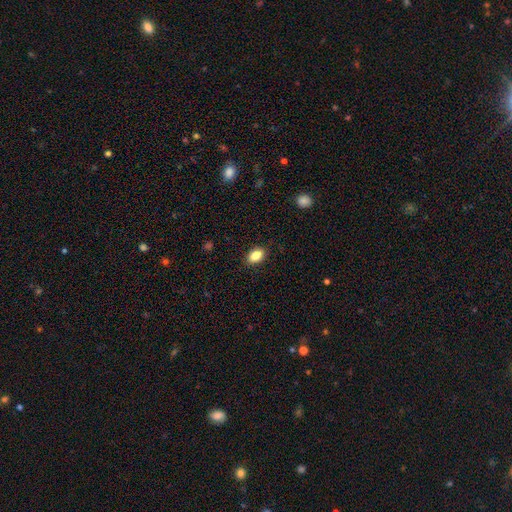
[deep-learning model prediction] Smooth or featured?
  - smooth: 87% *
  - star or artifact: 8%
  - featured or disk: 5%
How rounded?
  - in between: 88% *
  - round: 10%
  - cigar-shaped: 2%
Merging?
  - none: 88% *
  - minor disturbance: 9%
  - major disturbance: 2%
  - merger: 1%